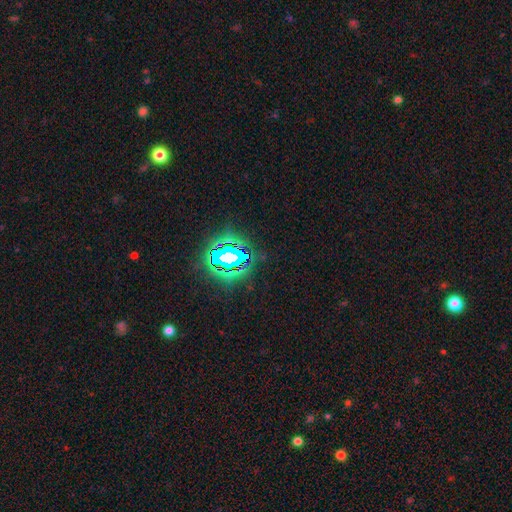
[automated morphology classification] A star or artifact, not a galaxy (82%).

Vote fractions:
- Smooth or featured? star or artifact: 82% / smooth: 10% / featured or disk: 7%